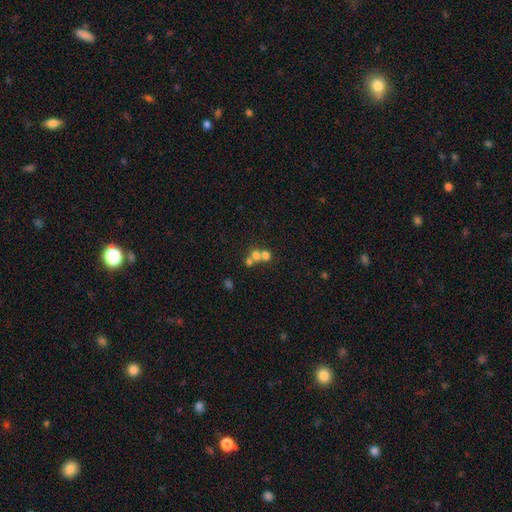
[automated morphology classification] The model was most divided on "merging": merger: 60%, none: 31%, minor disturbance: 5%, major disturbance: 4%. More confident: how rounded — round (77%); smooth or featured — smooth (63%).